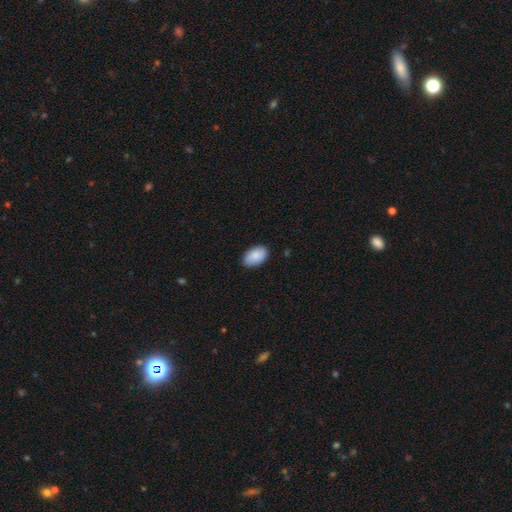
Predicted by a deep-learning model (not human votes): A smooth galaxy with no disk features (89%) that is in between round and cigar-shaped (93%). Merging: none (86%).